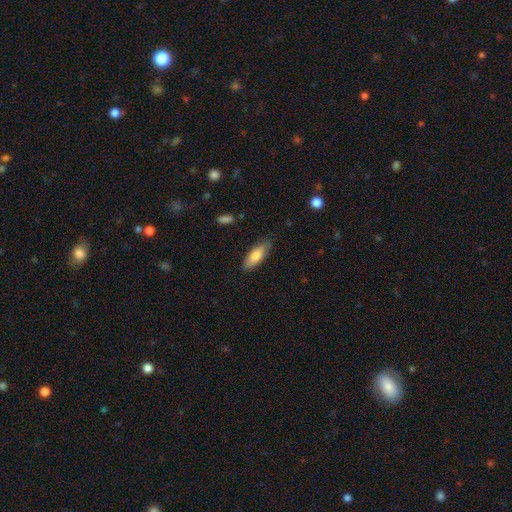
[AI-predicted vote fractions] Smooth or featured? smooth (78%)
How rounded? in between (63%)
Merging? none (81%)